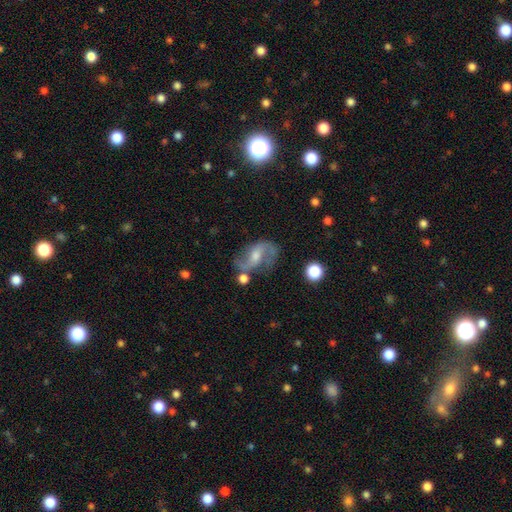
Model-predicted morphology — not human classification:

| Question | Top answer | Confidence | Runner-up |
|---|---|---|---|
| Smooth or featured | featured or disk | 81% | smooth (11%) |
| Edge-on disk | no | 97% | yes (3%) |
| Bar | weak | 48% | no (33%) |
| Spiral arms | yes | 94% | no (6%) |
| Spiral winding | loose | 58% | medium (34%) |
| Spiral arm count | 2 | 90% | can't tell (4%) |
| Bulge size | moderate | 50% | small (34%) |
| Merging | none | 62% | minor disturbance (19%) |